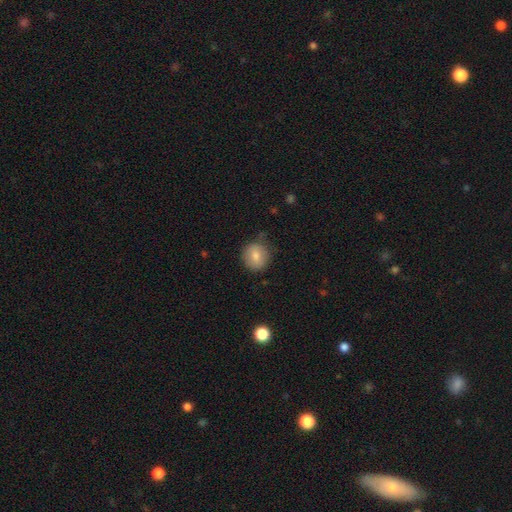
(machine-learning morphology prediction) smooth_or_featured: smooth (p=0.79) [alt: featured or disk p=0.13]
how_rounded: round (p=0.86) [alt: in between p=0.13]
merging: none (p=0.77) [alt: minor disturbance p=0.17]